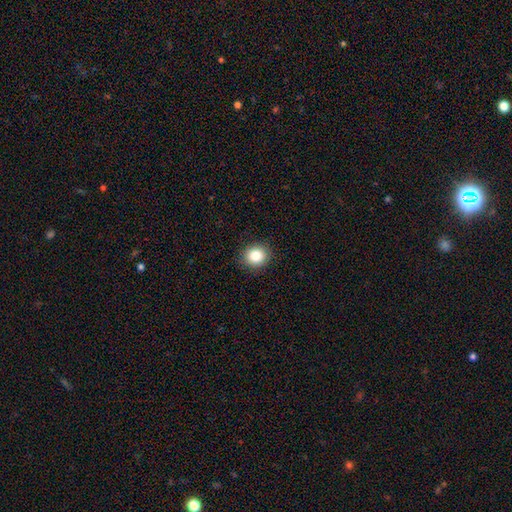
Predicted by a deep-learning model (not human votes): Smooth or featured? Predicted: smooth (p=0.85). How rounded? Predicted: round (p=0.78). Merging? Predicted: none (p=0.90).